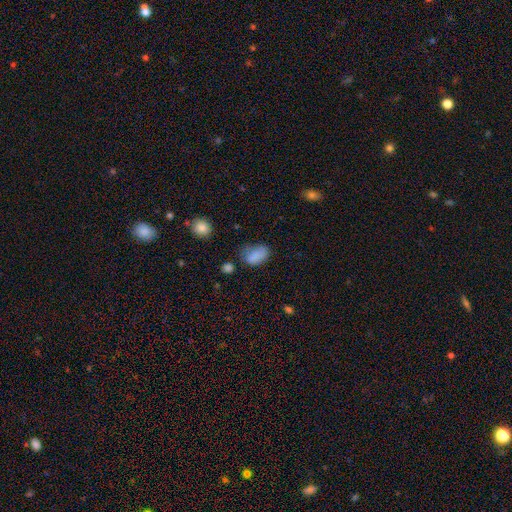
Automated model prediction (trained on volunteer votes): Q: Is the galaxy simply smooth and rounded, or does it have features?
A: smooth — 83%.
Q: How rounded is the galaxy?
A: in between — 88%.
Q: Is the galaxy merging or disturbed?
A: none — 50%.